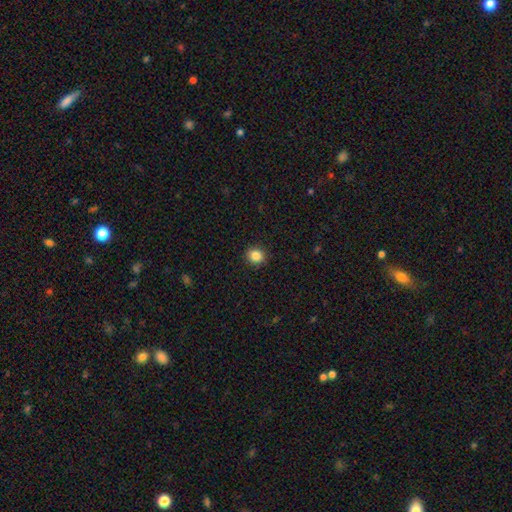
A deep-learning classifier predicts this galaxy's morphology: type=smooth (86%); roundness=round (81%); merging=none (91%).